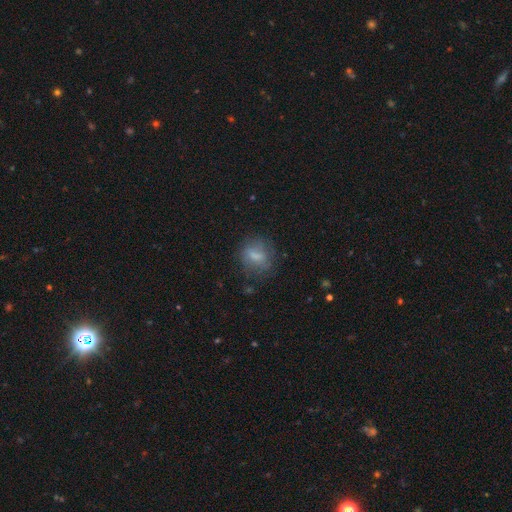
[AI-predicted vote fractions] This appears to be a smooth galaxy with no disk features (63%) that is round (53%). Merging: none (66%).